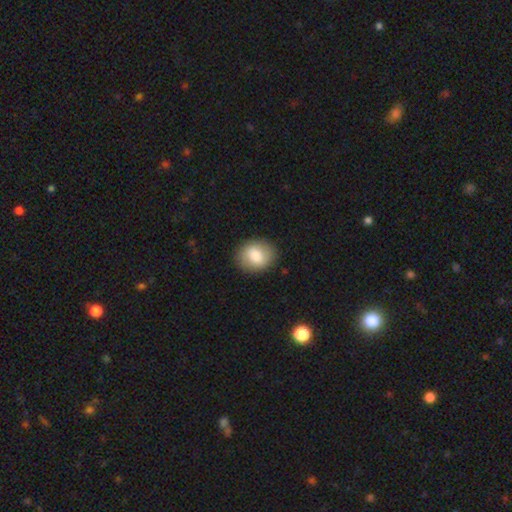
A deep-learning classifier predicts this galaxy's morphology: A smooth galaxy with no disk features (79%) that is round (54%).

Vote fractions:
- Smooth or featured? smooth: 79% / featured or disk: 14% / star or artifact: 7%
- How rounded? round: 54% / in between: 45% / cigar-shaped: 1%
- Merging? none: 87% / minor disturbance: 9% / major disturbance: 3% / merger: 1%